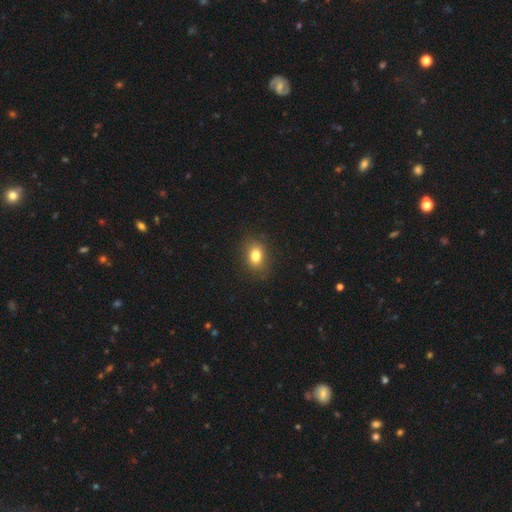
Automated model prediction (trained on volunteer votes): Smooth or featured? smooth (80%)
How rounded? in between (64%)
Merging? none (86%)